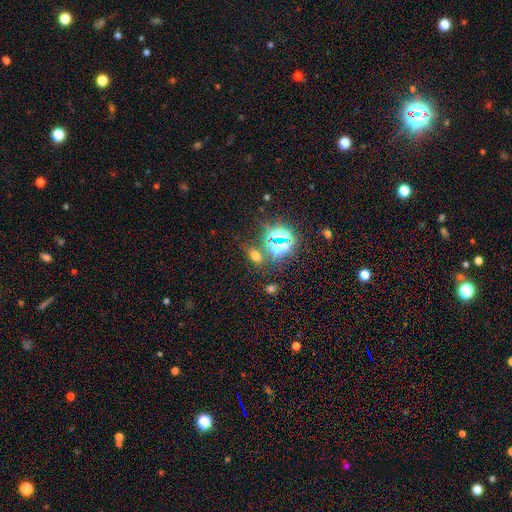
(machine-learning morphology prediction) star or artifact 47%, smooth 44%, featured or disk 9%.